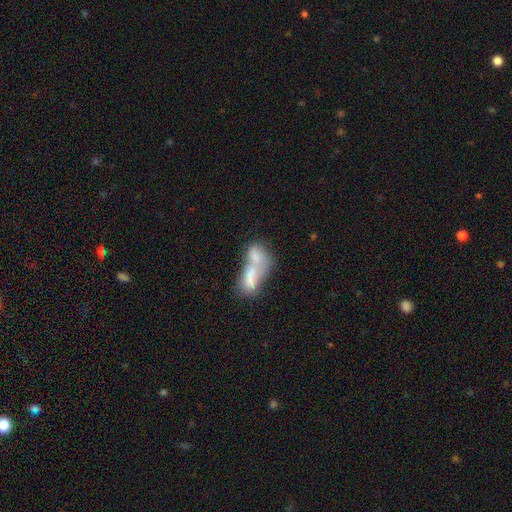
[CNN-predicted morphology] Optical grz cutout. It shows a smooth galaxy with no disk features (68%) that is in between round and cigar-shaped (82%). Merging: merger (77%).